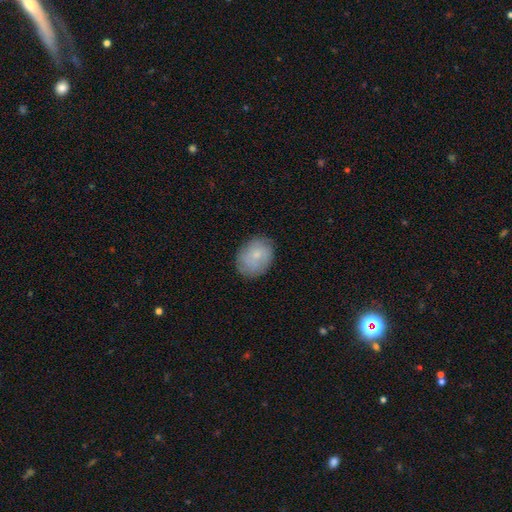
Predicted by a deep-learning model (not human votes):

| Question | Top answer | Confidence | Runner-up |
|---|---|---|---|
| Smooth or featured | smooth | 68% | featured or disk (25%) |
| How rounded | in between | 55% | round (44%) |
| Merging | none | 81% | minor disturbance (15%) |